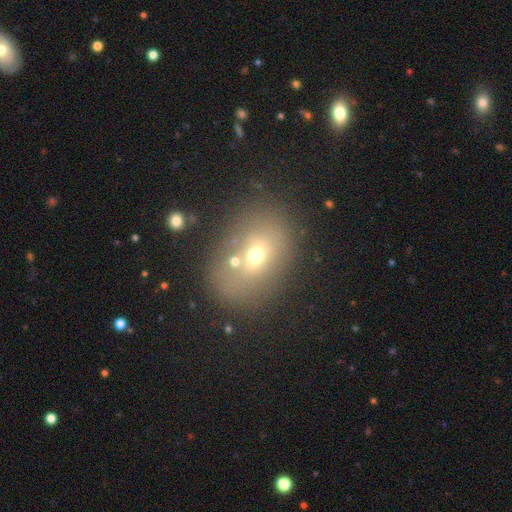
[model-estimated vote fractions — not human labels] Smooth or featured: smooth — 60% (featured or disk — 22%)
How rounded: in between — 63% (round — 35%)
Merging: none — 60% (merger — 16%)